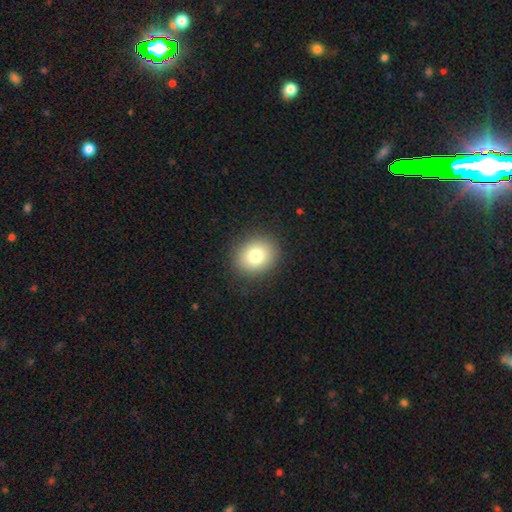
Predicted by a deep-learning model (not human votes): Overall: smooth (80%). How rounded: round (73%). Merging: none (89%).